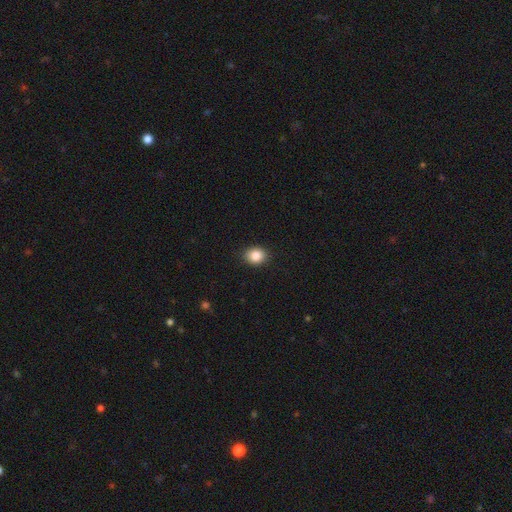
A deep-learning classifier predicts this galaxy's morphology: type=smooth (86%); roundness=round (58%); merging=none (90%).